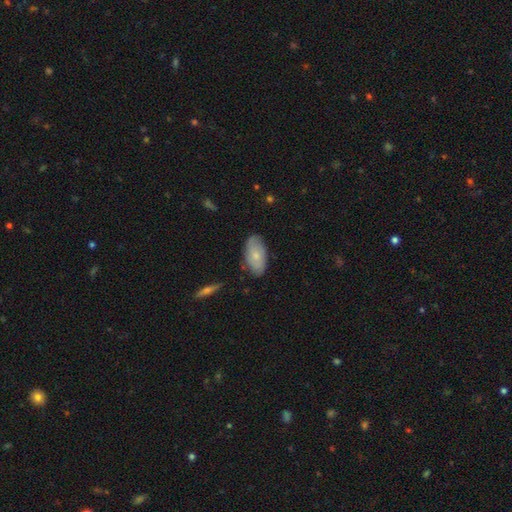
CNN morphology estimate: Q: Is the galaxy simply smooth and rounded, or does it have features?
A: smooth — 66%.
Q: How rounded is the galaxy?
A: in between — 94%.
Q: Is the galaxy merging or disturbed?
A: none — 78%.